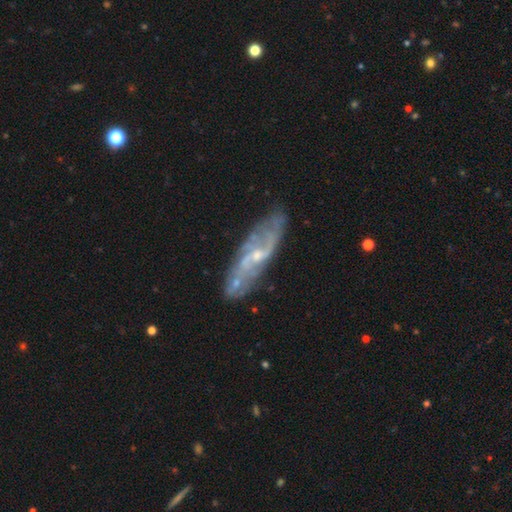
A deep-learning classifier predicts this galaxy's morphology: Smooth or featured? featured or disk (80%)
Edge-on disk? no (81%)
Bar? no (46%)
Spiral arms? yes (86%)
Spiral winding? medium (40%)
Spiral arm count? 2 (56%)
Bulge size? small (64%)
Merging? none (70%)